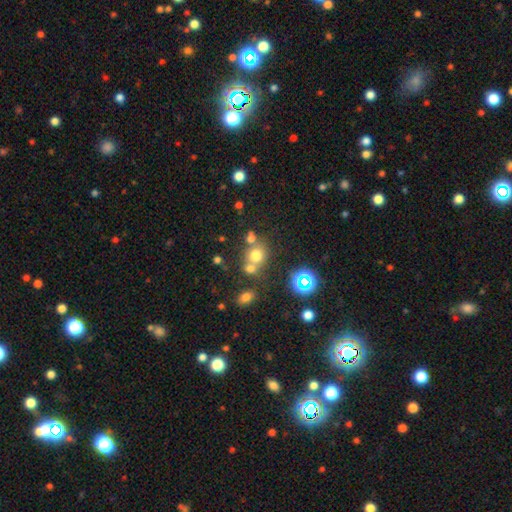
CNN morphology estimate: Smooth or featured? Predicted: smooth (p=0.68). How rounded? Predicted: round (p=0.80). Merging? Predicted: none (p=0.53).